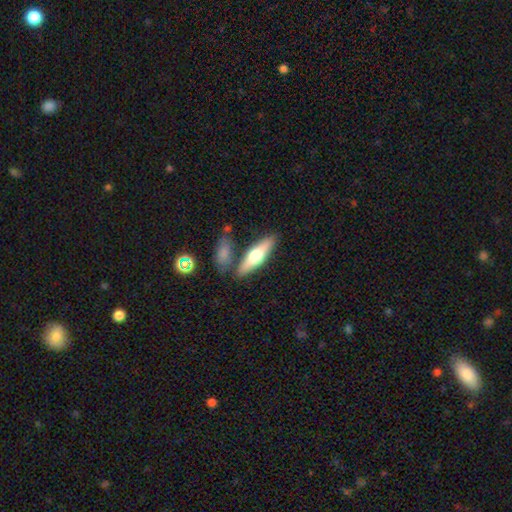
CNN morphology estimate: Overall: smooth (51%; featured or disk 44%). How rounded: cigar-shaped (58%; in between 40%). Merging: none (76%).